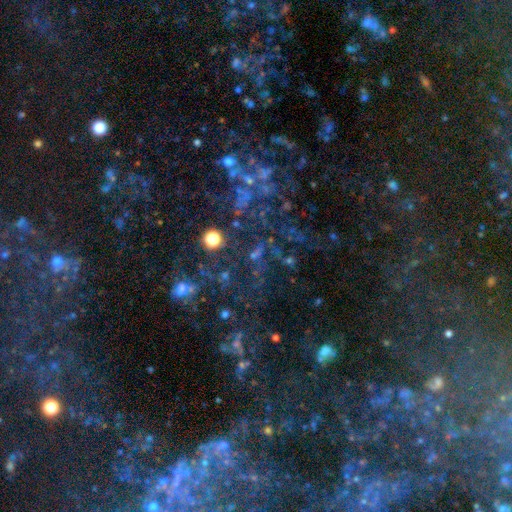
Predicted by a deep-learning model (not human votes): Smooth or featured? Predicted: star or artifact (p=0.64).